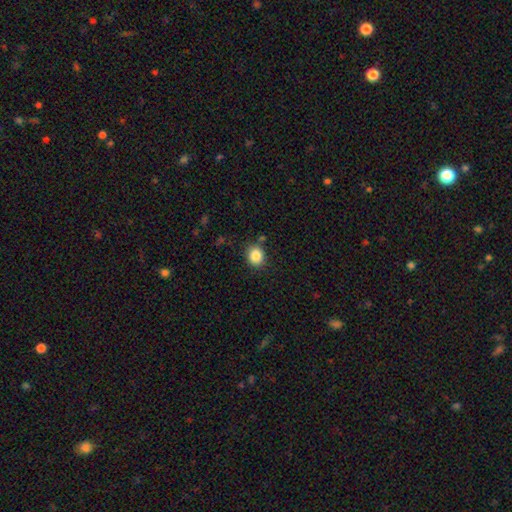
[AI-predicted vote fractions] smooth 85%, star or artifact 10%, featured or disk 5%. Down the decision tree: how rounded — round (76%); merging — none (82%).